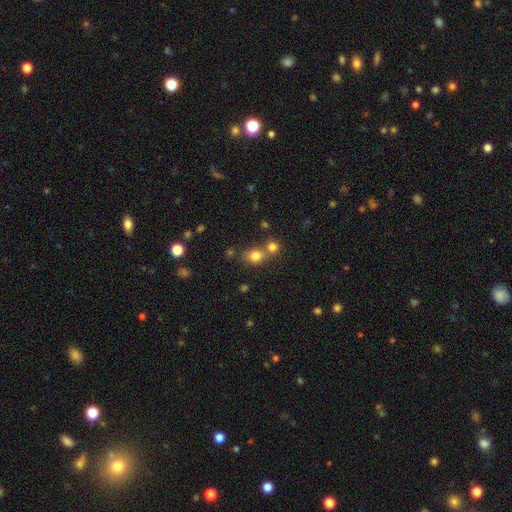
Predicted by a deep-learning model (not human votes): smooth 80%, star or artifact 12%, featured or disk 8%. Down the decision tree: how rounded — round (66%); merging — none (50%).